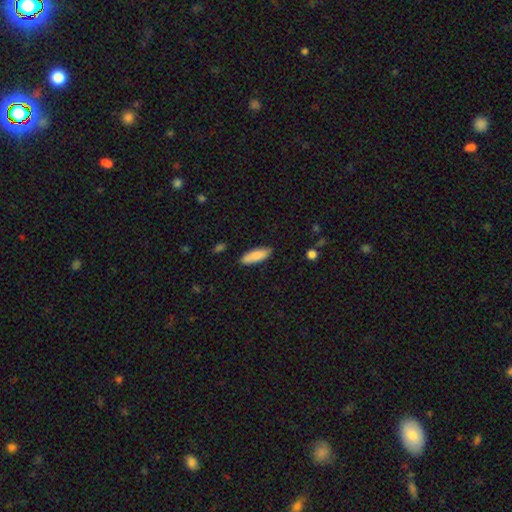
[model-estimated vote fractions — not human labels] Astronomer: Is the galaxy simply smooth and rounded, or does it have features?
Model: smooth — 85%.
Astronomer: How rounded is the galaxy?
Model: in between — 63%.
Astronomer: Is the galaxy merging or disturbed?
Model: none — 83%.